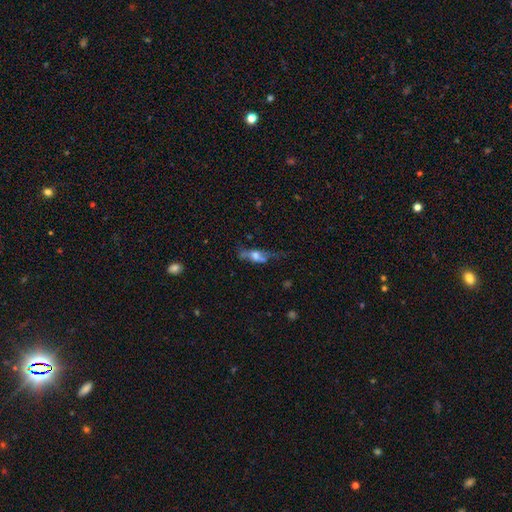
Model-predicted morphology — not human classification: Smooth or featured?
  - featured or disk: 48% *
  - smooth: 43%
  - star or artifact: 9%
Merging?
  - none: 47% *
  - minor disturbance: 27%
  - major disturbance: 23%
  - merger: 4%